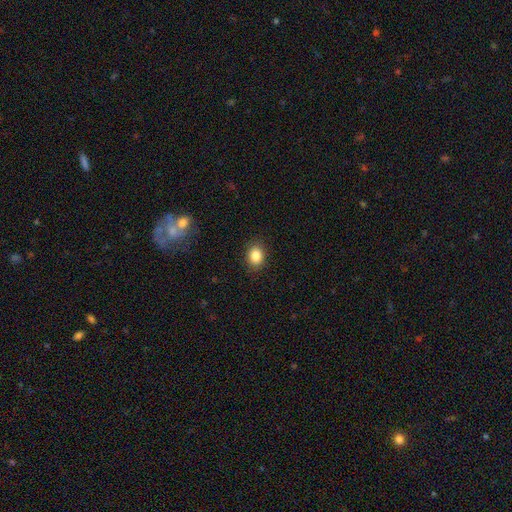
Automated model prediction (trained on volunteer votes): A smooth galaxy with no disk features (86%) that is in between round and cigar-shaped (57%). Merging: none (88%).